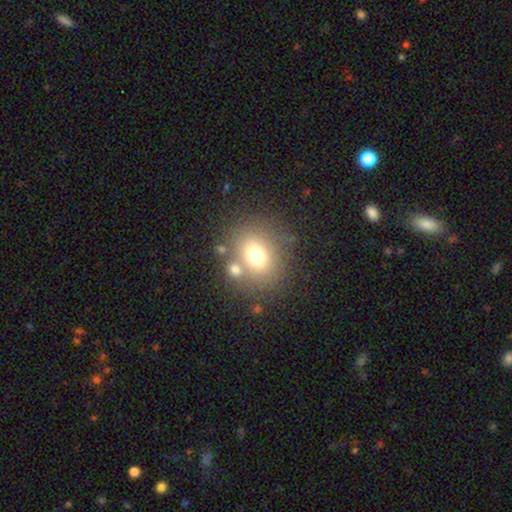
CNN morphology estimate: Smooth or featured: smooth — 70% (star or artifact — 15%)
How rounded: round — 62% (in between — 37%)
Merging: none — 67% (merger — 14%)